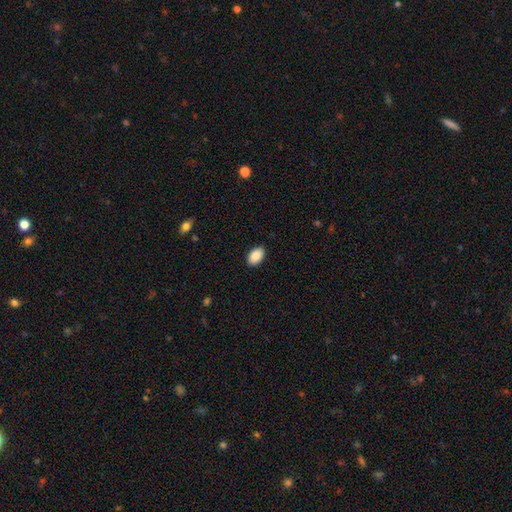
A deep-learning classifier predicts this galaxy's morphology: Smooth or featured? smooth (90%)
How rounded? in between (91%)
Merging? none (88%)